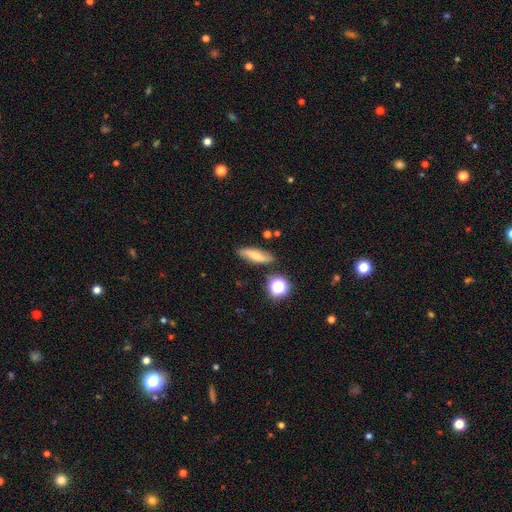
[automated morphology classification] Smooth or featured: smooth — 56% (featured or disk — 32%)
How rounded: cigar-shaped — 53% (in between — 39%)
Merging: none — 78% (minor disturbance — 14%)